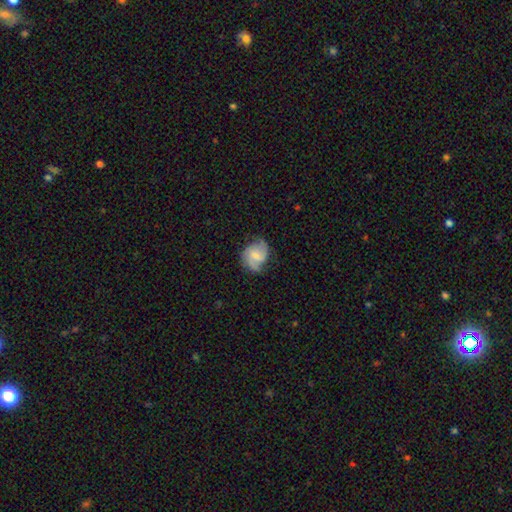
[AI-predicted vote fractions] smooth-or-featured: featured or disk: 56% | smooth: 37% | star or artifact: 7%
  disk-edge-on: no: 97% | yes: 3%
    bar: weak: 49% | no: 39% | strong: 12%
    has-spiral-arms: yes: 90% | no: 10%
    bulge-size: small: 46% | moderate: 34% | none: 16% | large: 4% | dominant: 1%
  merging: none: 61% | minor disturbance: 27% | major disturbance: 11% | merger: 1%